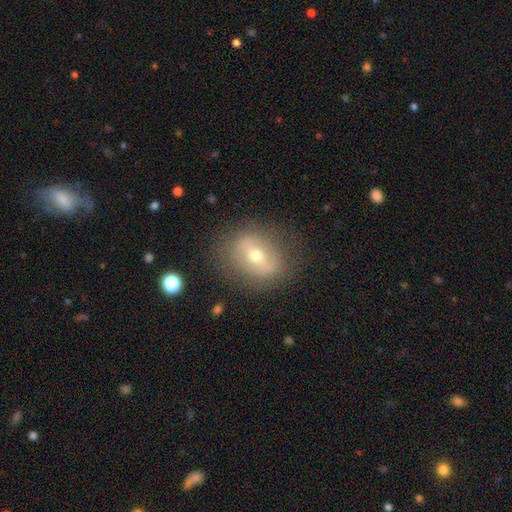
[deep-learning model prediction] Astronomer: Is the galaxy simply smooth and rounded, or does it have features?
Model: featured or disk — 53% (runner-up: smooth, 38%).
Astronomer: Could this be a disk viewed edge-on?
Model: no — 90%.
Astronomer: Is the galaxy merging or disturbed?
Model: none — 80%.